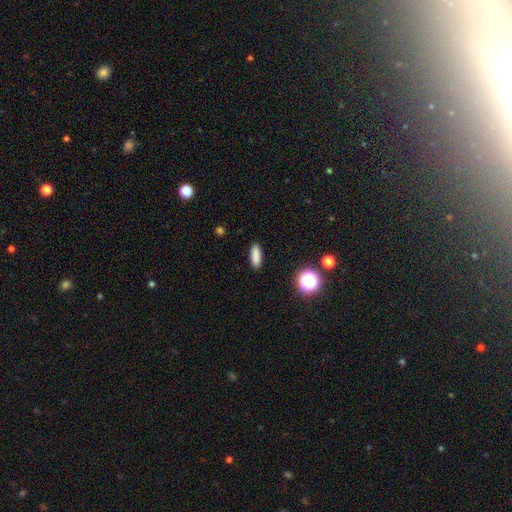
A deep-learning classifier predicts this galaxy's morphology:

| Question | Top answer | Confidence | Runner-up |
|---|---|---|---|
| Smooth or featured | smooth | 85% | star or artifact (10%) |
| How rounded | in between | 52% | cigar-shaped (45%) |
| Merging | none | 90% | minor disturbance (7%) |